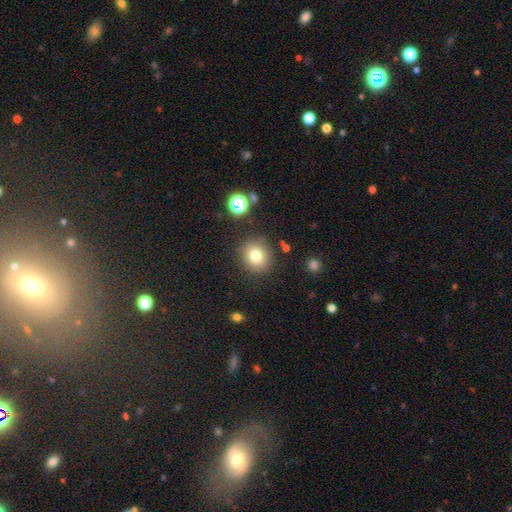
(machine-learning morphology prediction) This appears to be a smooth galaxy with no disk features (78%) that is round (83%). Merging: none (86%).